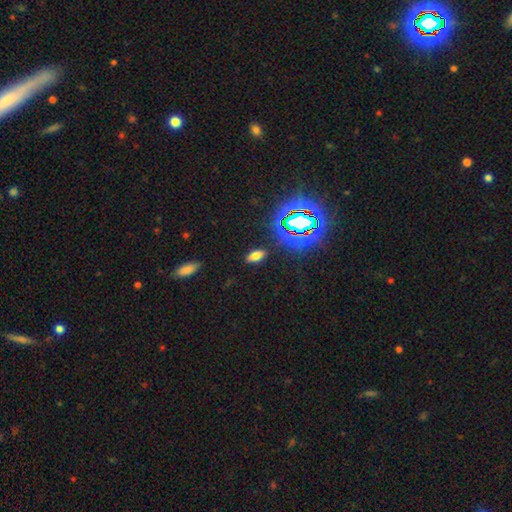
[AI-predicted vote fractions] Smooth or featured? Predicted: smooth (p=0.67). How rounded? Predicted: in between (p=0.86). Merging? Predicted: none (p=0.88).